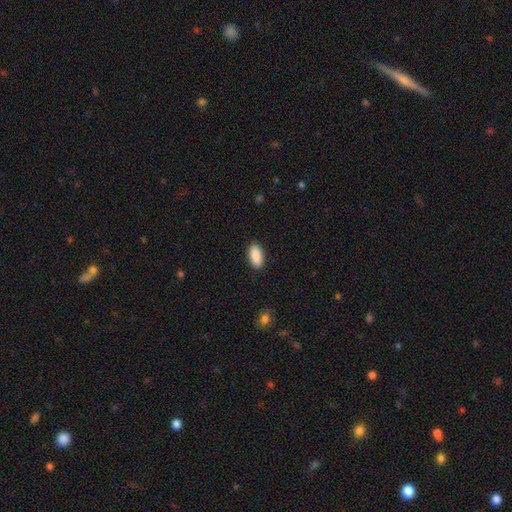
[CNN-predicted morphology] A smooth galaxy with no disk features (90%) that is in between round and cigar-shaped (93%). Merging: none (89%).